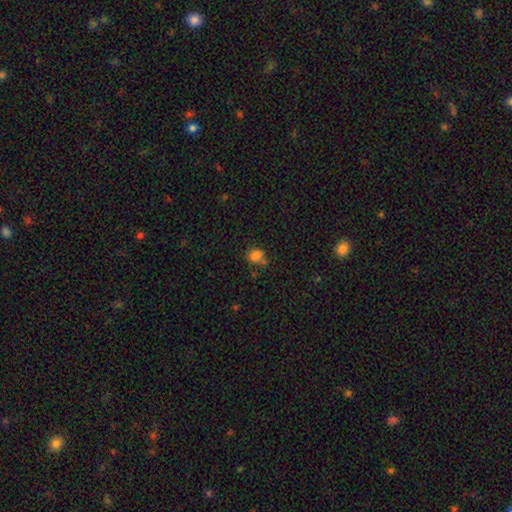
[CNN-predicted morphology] type=smooth (77%); roundness=in between (53%); merging=none (54%).